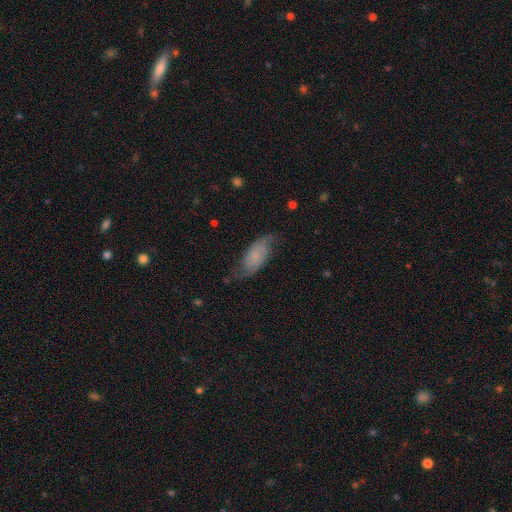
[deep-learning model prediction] Overall: featured or disk (57%; smooth 35%). Edge-on disk: no (92%). Bar: no (72%). Spiral arms: yes (90%). Bulge size: small (59%; none 23%). Merging: none (64%).